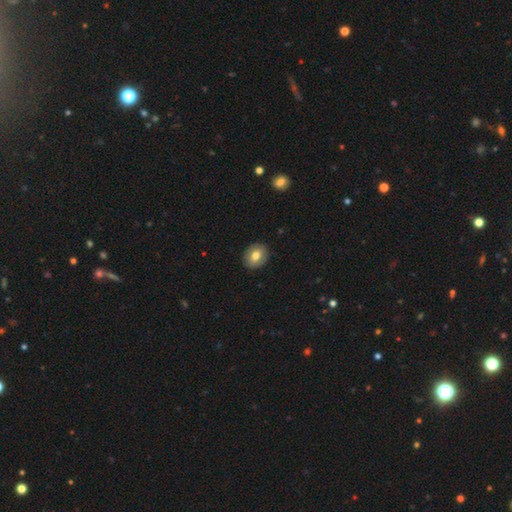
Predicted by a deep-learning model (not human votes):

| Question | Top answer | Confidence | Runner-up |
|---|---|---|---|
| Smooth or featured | smooth | 74% | featured or disk (19%) |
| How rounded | round | 56% | in between (43%) |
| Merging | none | 89% | minor disturbance (8%) |